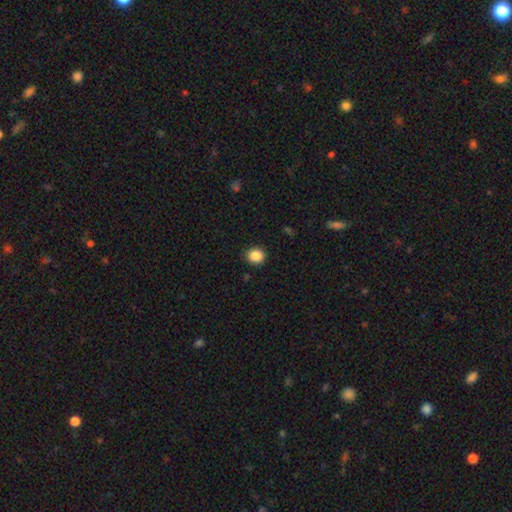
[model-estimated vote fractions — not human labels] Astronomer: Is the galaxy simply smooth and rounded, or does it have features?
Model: smooth — 87%.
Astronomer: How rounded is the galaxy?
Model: round — 79%.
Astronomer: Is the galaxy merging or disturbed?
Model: none — 89%.